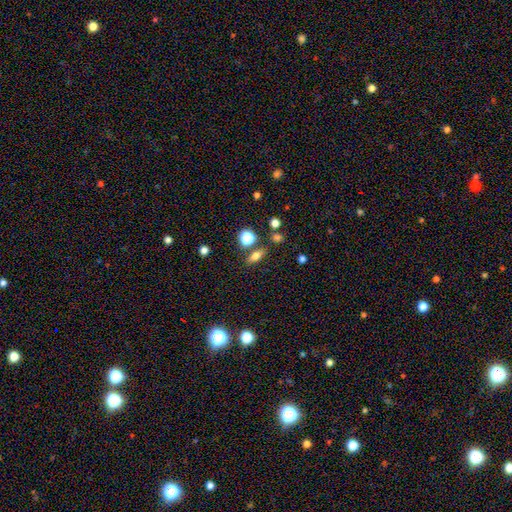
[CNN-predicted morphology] Smooth or featured? Predicted: smooth (p=0.70). How rounded? Predicted: in between (p=0.67). Merging? Predicted: none (p=0.77).